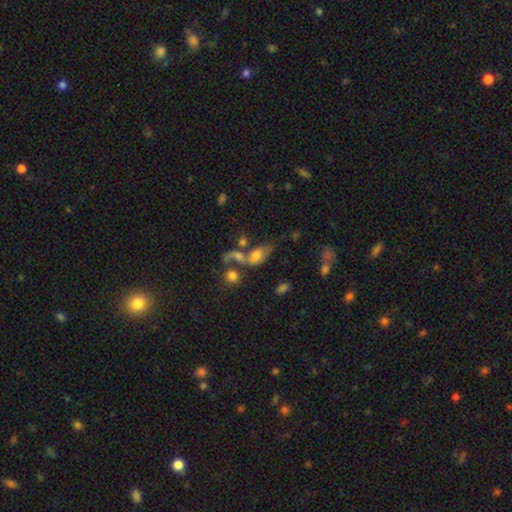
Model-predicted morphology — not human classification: A smooth galaxy with no disk features (56%) that is in between round and cigar-shaped (85%).

Vote fractions:
- Smooth or featured? smooth: 56% / featured or disk: 32% / star or artifact: 12%
- How rounded? in between: 85% / round: 10% / cigar-shaped: 5%
- Merging? merger: 50% / none: 21% / major disturbance: 18% / minor disturbance: 11%